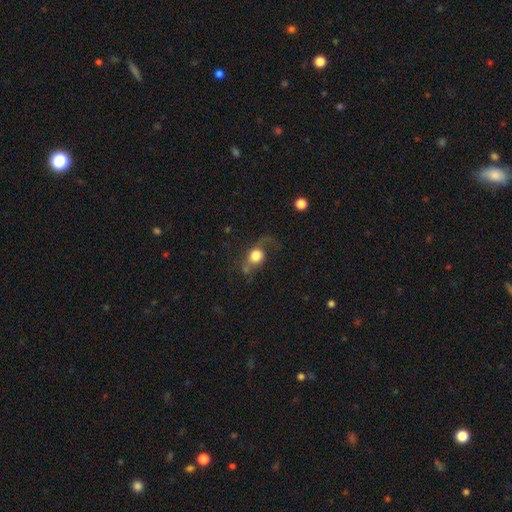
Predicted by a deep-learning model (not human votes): A smooth galaxy with no disk features (66%) that is round (72%). Merging: none (39%).